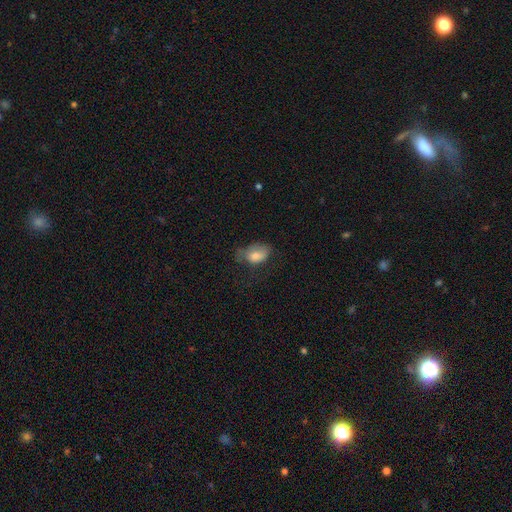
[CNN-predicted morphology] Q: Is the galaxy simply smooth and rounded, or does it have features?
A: smooth — 72%.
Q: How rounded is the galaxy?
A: in between — 86%.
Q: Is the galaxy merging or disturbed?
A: none — 37%.